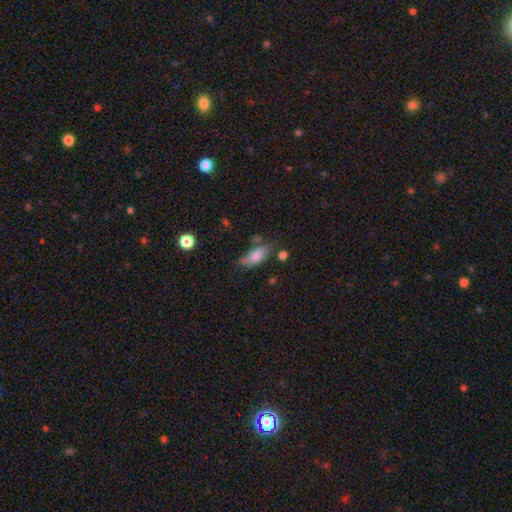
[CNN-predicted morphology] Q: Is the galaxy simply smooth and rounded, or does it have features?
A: smooth — 74%.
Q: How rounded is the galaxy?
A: in between — 82%.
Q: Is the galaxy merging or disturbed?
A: none — 50%.